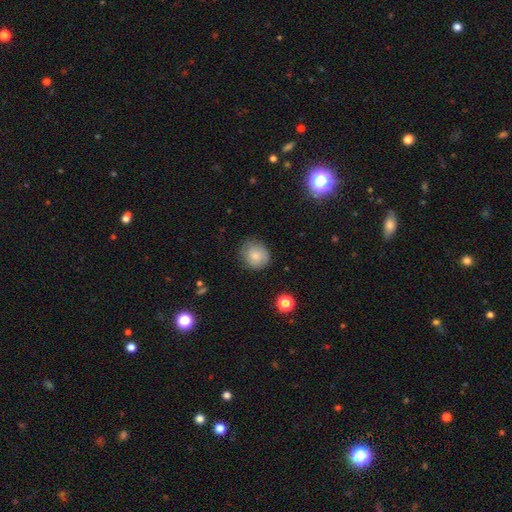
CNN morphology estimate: Overall: smooth (74%). How rounded: round (82%). Merging: none (77%).